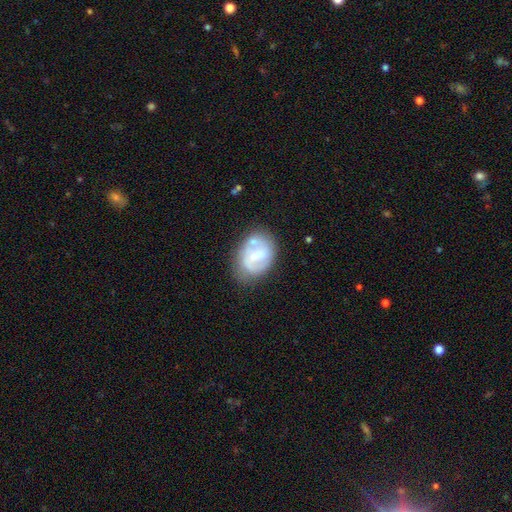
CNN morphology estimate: Smooth or featured? Predicted: featured or disk (p=0.59). Edge-on disk? Predicted: no (p=0.97). Bar? Predicted: weak (p=0.42). Spiral arms? Predicted: yes (p=0.60). Bulge size? Predicted: small (p=0.40). Merging? Predicted: none (p=0.55).